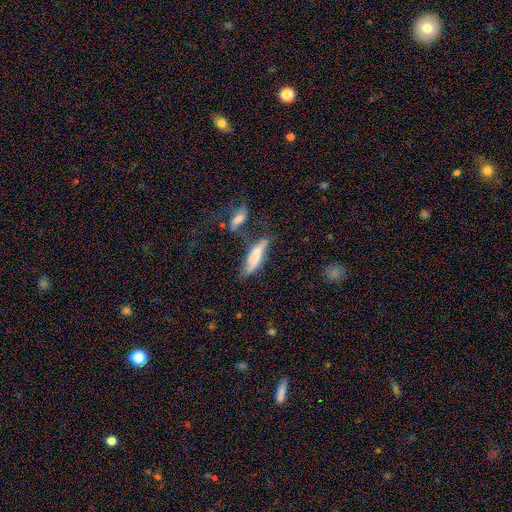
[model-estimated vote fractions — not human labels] The model was most divided on "merging": none: 37%, merger: 25%, minor disturbance: 23%, major disturbance: 15%. More confident: smooth or featured — smooth (62%); how rounded — cigar-shaped (59%).